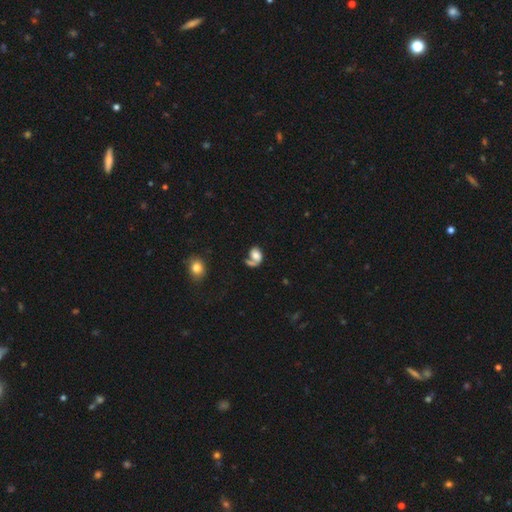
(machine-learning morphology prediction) Overall: smooth (61%; featured or disk 28%). How rounded: in between (75%). Merging: merger (39%; none 30%).